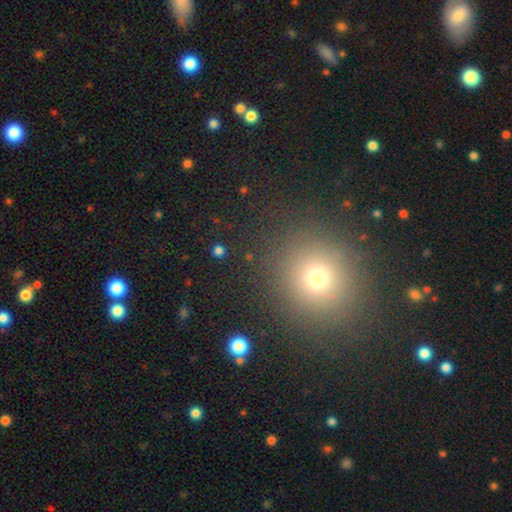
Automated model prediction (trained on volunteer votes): Morphology: type=smooth (61%); roundness=round (87%); merging=none (89%).